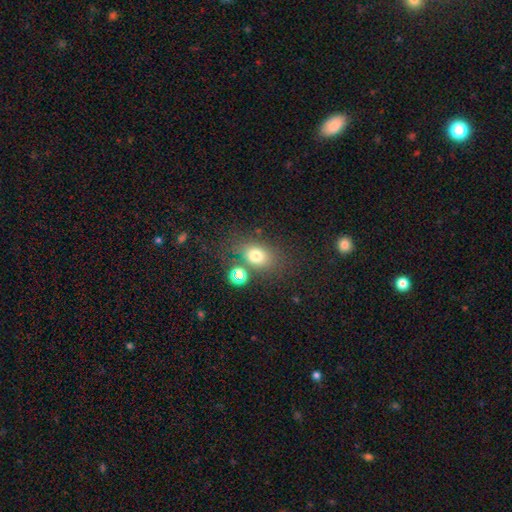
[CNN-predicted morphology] A smooth galaxy with no disk features (74%) that is in between round and cigar-shaped (62%).

Vote fractions:
- Smooth or featured? smooth: 74% / star or artifact: 15% / featured or disk: 11%
- How rounded? in between: 62% / round: 36% / cigar-shaped: 2%
- Merging? none: 65% / minor disturbance: 15% / merger: 13% / major disturbance: 7%